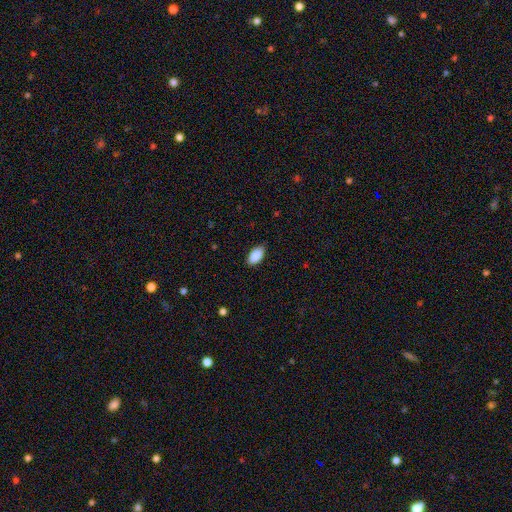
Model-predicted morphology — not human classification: type=smooth (90%); roundness=in between (95%); merging=none (84%).